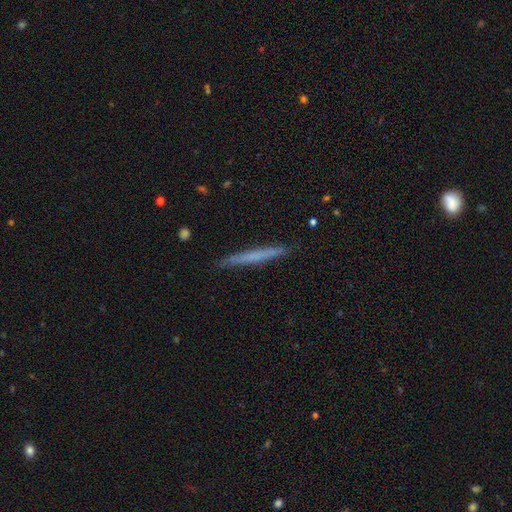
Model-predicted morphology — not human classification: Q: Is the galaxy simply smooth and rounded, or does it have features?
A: smooth — 55%.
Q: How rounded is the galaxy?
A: cigar-shaped — 97%.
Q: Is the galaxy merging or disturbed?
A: none — 89%.